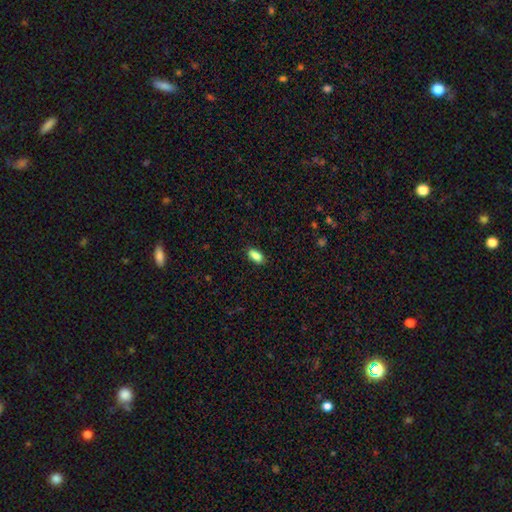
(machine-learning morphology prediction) Smooth or featured?
  - smooth: 88% *
  - star or artifact: 8%
  - featured or disk: 4%
How rounded?
  - in between: 90% *
  - cigar-shaped: 7%
  - round: 3%
Merging?
  - none: 87% *
  - minor disturbance: 10%
  - major disturbance: 2%
  - merger: 1%